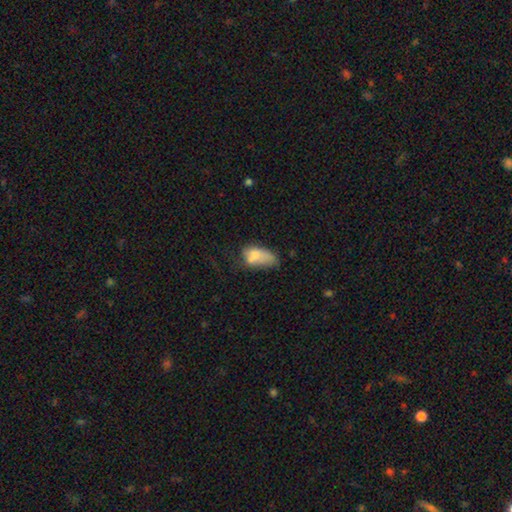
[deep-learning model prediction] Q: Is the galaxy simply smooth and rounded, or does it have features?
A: smooth — 71%.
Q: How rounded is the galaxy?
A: in between — 91%.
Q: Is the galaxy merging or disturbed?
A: major disturbance — 33%.